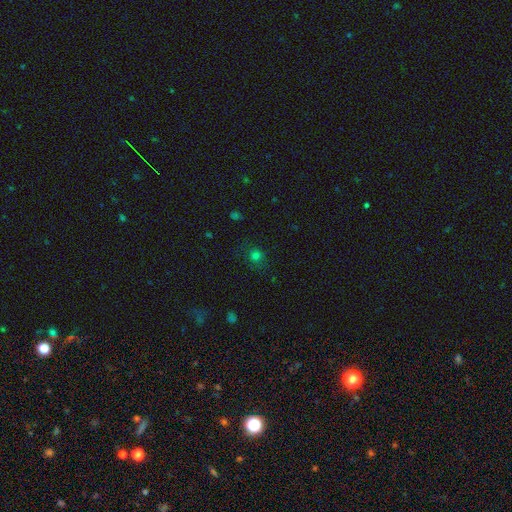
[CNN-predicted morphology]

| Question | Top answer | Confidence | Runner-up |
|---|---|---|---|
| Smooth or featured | smooth | 71% | star or artifact (22%) |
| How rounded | round | 83% | in between (16%) |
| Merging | none | 79% | minor disturbance (14%) |